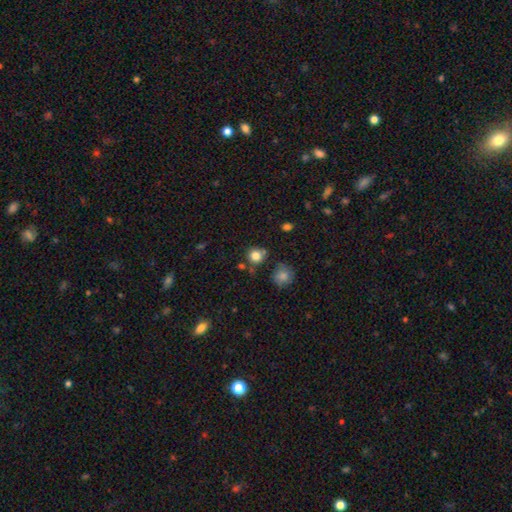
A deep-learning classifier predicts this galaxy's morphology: smooth 81%, star or artifact 12%, featured or disk 6%. Down the decision tree: how rounded — round (89%); merging — none (73%).